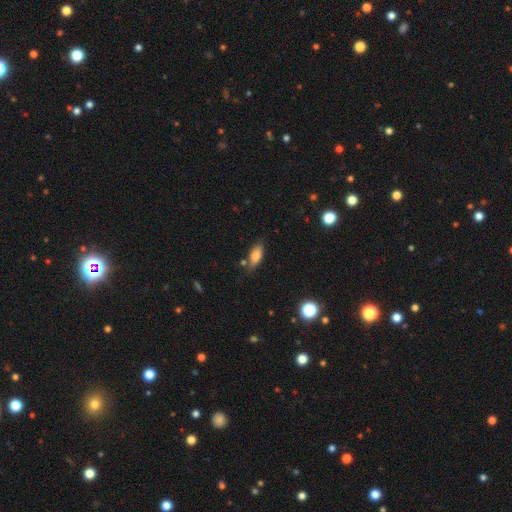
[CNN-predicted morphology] Smooth or featured? smooth (76%)
How rounded? in between (77%)
Merging? none (74%)